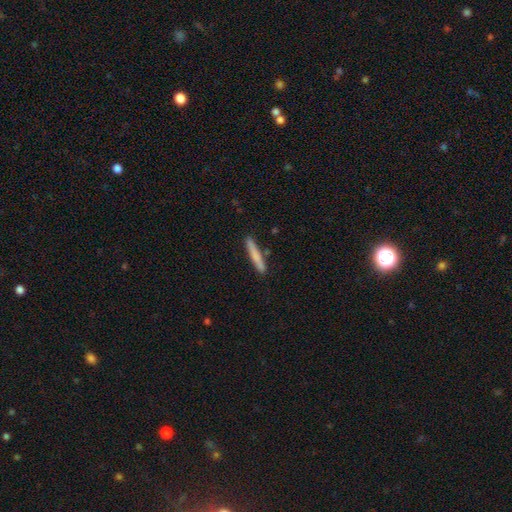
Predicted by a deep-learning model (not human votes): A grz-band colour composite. It shows a smooth galaxy with no disk features (76%) that is cigar-shaped (95%). Merging: none (87%).